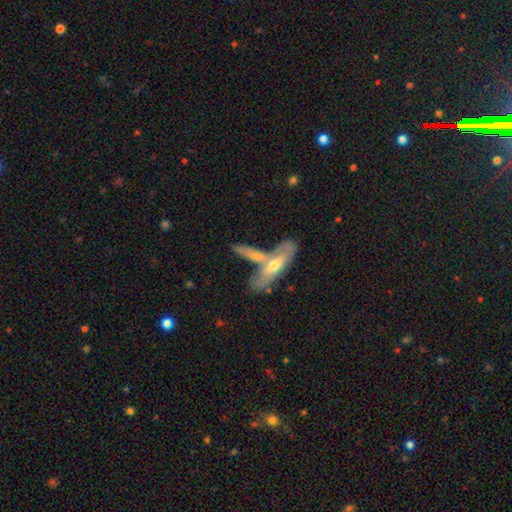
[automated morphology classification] Q: Smooth or featured?
A: smooth (49%); runner-up: featured or disk (45%)
Q: Merging?
A: merger (49%); runner-up: none (36%)